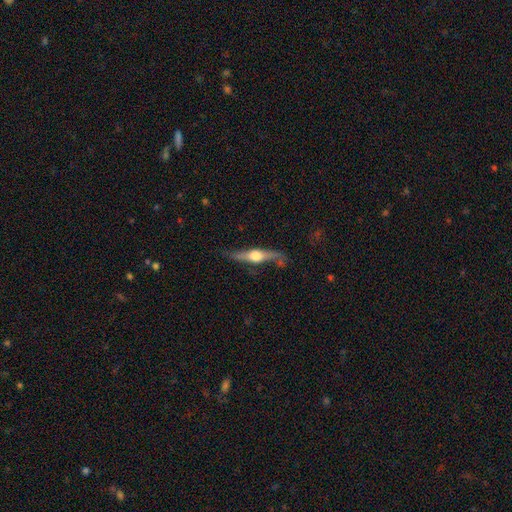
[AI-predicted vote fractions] featured or disk 73%, smooth 22%, star or artifact 5%. Down the decision tree: edge-on disk — yes (95%); edge-on bulge — rounded (94%); merging — none (74%).